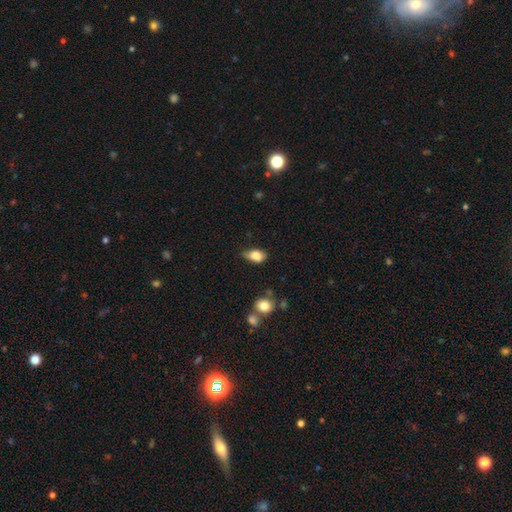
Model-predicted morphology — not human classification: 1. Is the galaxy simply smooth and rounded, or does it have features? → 81% smooth, 11% featured or disk, 8% star or artifact.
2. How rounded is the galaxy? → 86% in between, 11% round, 3% cigar-shaped.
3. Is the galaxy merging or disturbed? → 44% none, 42% minor disturbance, 10% major disturbance, 4% merger.